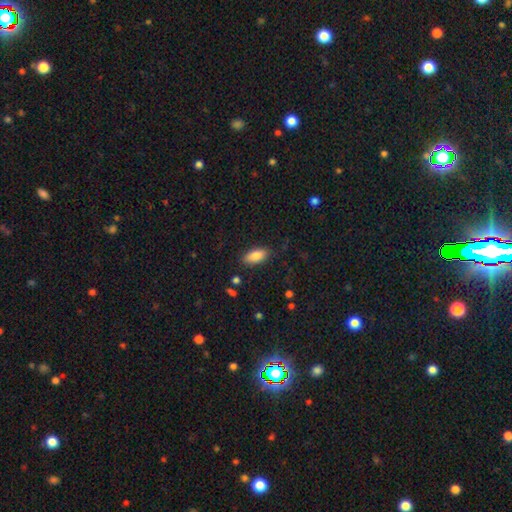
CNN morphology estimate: type=smooth (83%); roundness=in between (86%); merging=none (85%).